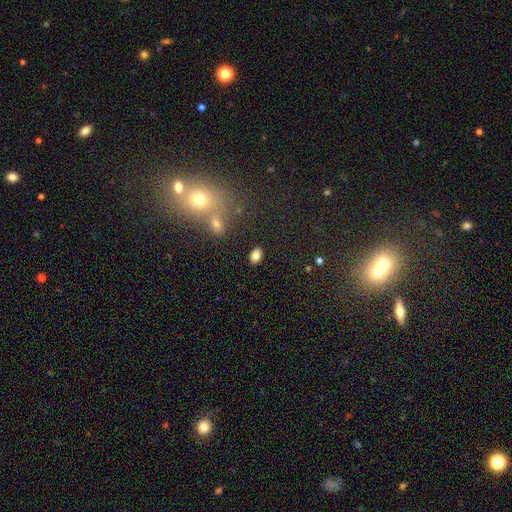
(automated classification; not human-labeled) Smooth or featured? Predicted: smooth (p=0.82). How rounded? Predicted: in between (p=0.87). Merging? Predicted: none (p=0.86).